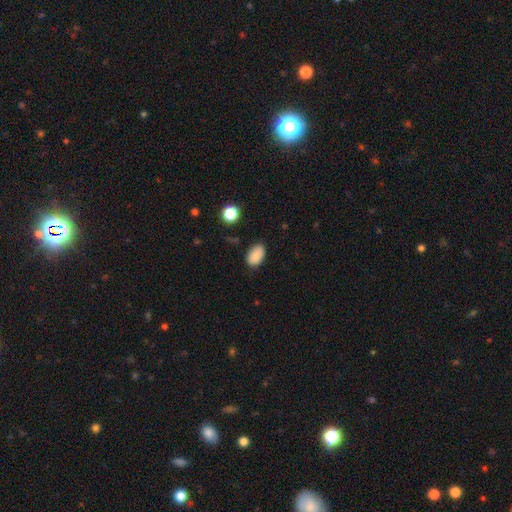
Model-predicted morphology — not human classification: A smooth galaxy with no disk features (86%) that is in between round and cigar-shaped (89%).

Vote fractions:
- Smooth or featured? smooth: 86% / star or artifact: 9% / featured or disk: 5%
- How rounded? in between: 89% / round: 9% / cigar-shaped: 1%
- Merging? none: 81% / minor disturbance: 14% / major disturbance: 3% / merger: 2%